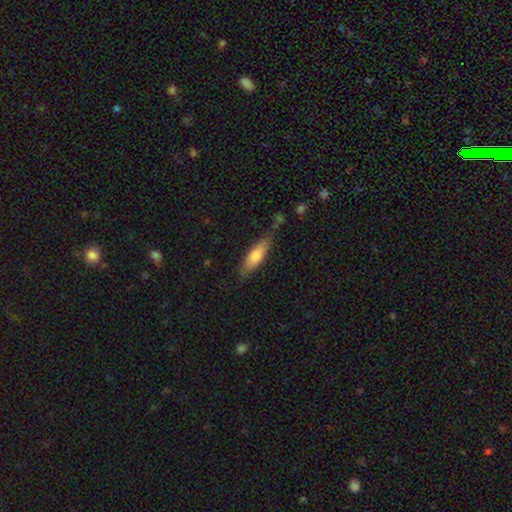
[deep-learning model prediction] Smooth or featured? smooth (77%)
How rounded? cigar-shaped (52%)
Merging? none (66%)